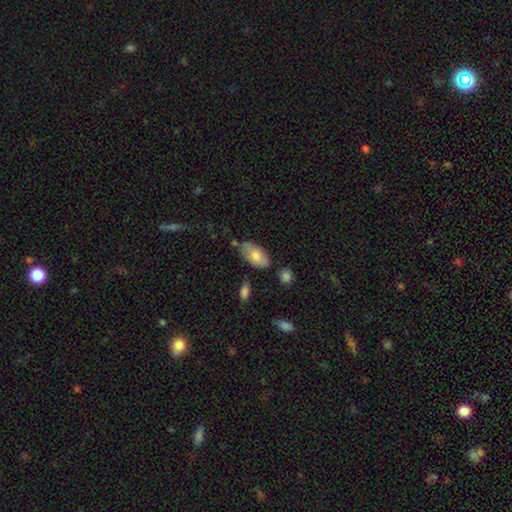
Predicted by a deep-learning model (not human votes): Morphology: type=smooth (76%); roundness=in between (94%); merging=none (71%).